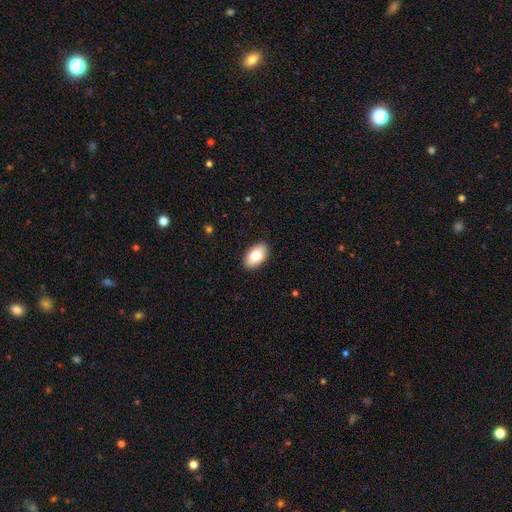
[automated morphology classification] Q: Smooth or featured?
A: smooth (79%); runner-up: featured or disk (14%)
Q: How rounded?
A: in between (93%); runner-up: round (5%)
Q: Merging?
A: none (89%); runner-up: minor disturbance (8%)